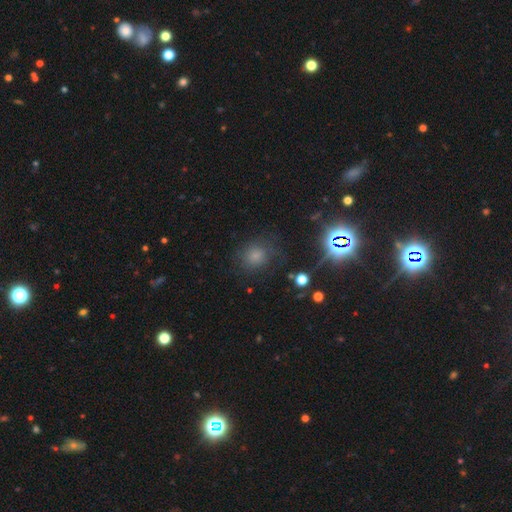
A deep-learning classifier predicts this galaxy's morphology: Q: Smooth or featured?
A: smooth (62%); runner-up: star or artifact (28%)
Q: How rounded?
A: round (83%); runner-up: in between (16%)
Q: Merging?
A: none (75%); runner-up: minor disturbance (15%)